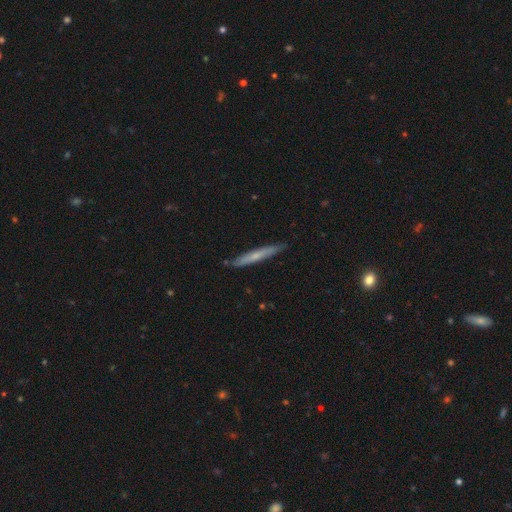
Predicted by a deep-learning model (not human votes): Q: Smooth or featured?
A: smooth (52%); runner-up: featured or disk (42%)
Q: How rounded?
A: cigar-shaped (95%); runner-up: in between (3%)
Q: Merging?
A: none (86%); runner-up: minor disturbance (11%)